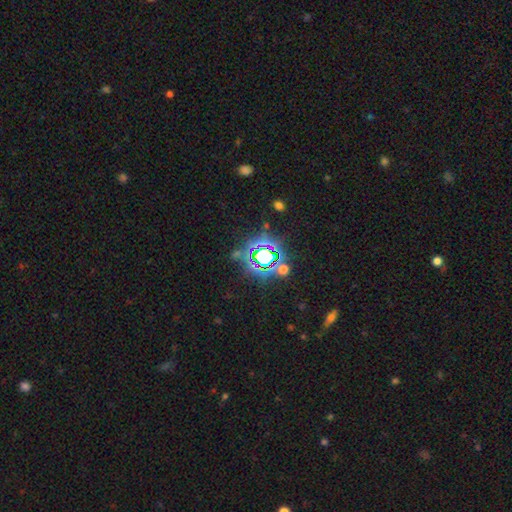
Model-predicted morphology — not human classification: A star or artifact, not a galaxy (79%).